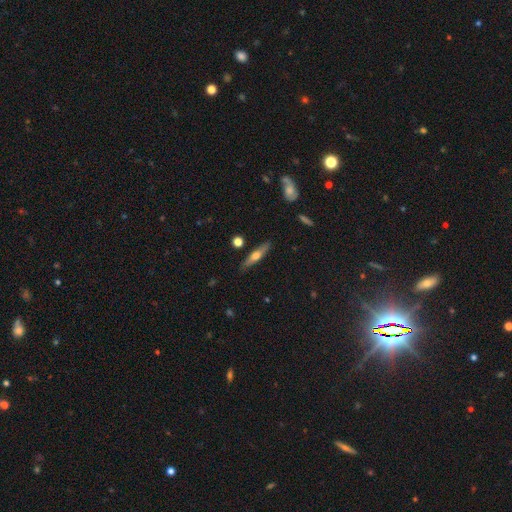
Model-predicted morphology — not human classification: type=featured or disk (50%); edge-on=yes (91%); merging=none (85%).